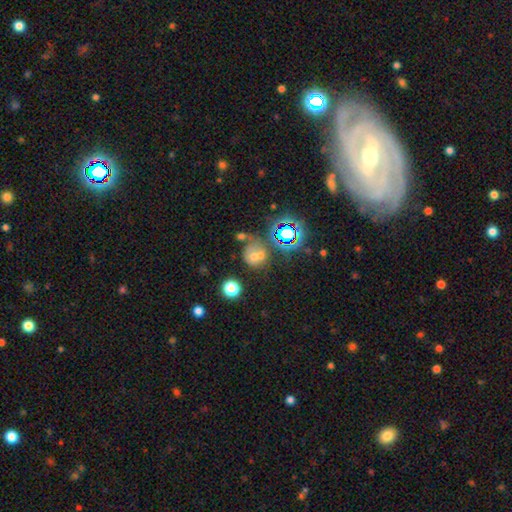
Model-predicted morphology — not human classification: The model was most divided on "merging": merger: 41%, none: 37%, minor disturbance: 12%, major disturbance: 10%. More confident: how rounded — round (70%); smooth or featured — smooth (52%).